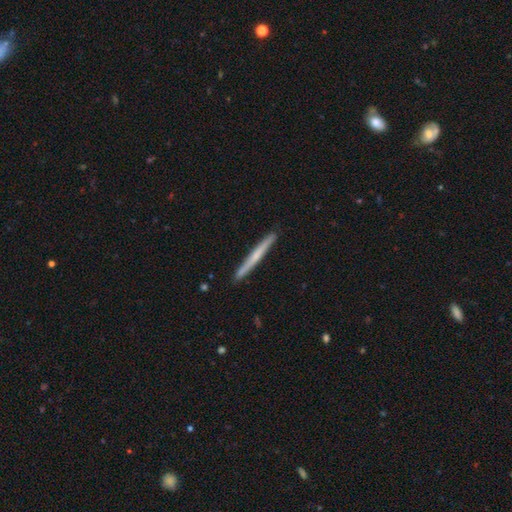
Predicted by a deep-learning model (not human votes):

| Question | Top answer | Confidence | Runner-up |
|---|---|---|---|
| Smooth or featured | smooth | 48% | featured or disk (46%) |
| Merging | none | 92% | minor disturbance (6%) |